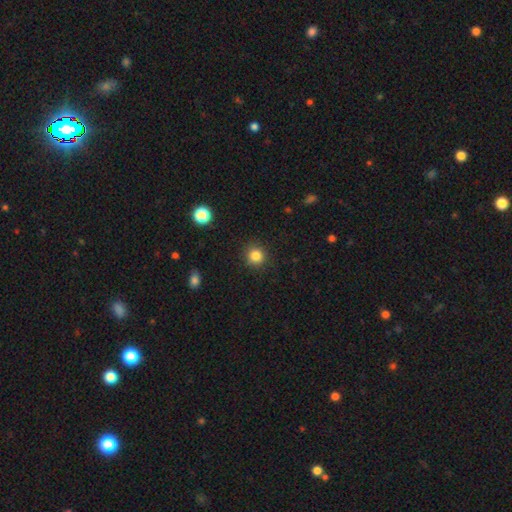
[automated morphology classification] smooth-or-featured: smooth: 84% | star or artifact: 12% | featured or disk: 5%
  how-rounded: round: 93% | in between: 6% | cigar-shaped: 1%
  merging: none: 91% | minor disturbance: 6% | major disturbance: 2% | merger: 1%